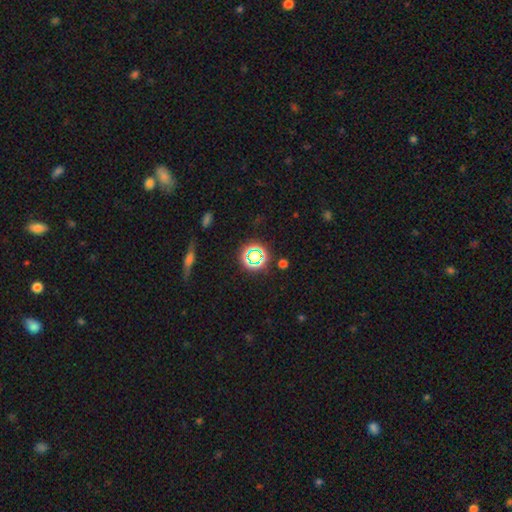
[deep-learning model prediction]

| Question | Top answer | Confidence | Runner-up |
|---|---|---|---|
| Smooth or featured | star or artifact | 62% | smooth (28%) |